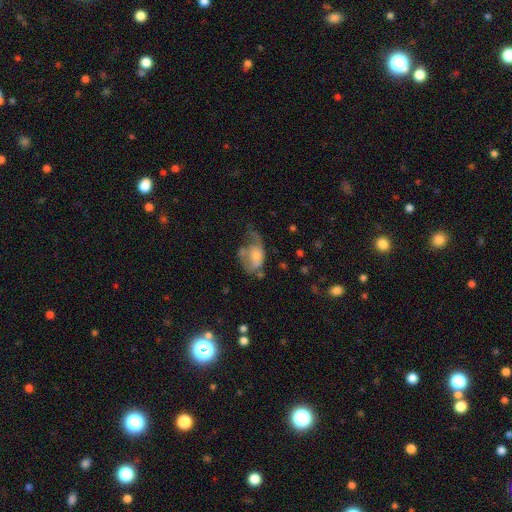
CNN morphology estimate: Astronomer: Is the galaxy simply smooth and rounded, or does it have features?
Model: featured or disk — 48% (runner-up: smooth, 41%).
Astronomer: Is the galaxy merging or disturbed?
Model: major disturbance — 45% (runner-up: minor disturbance, 23%).